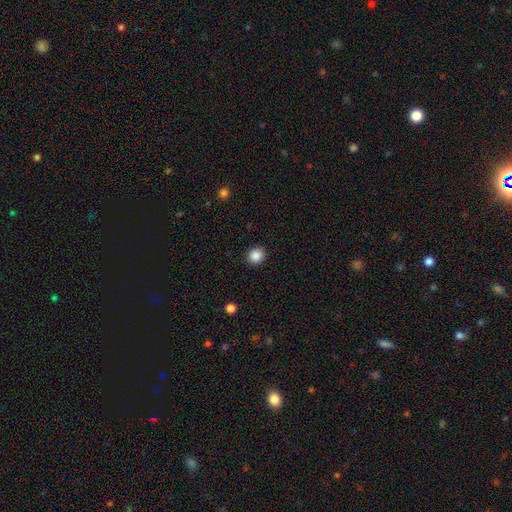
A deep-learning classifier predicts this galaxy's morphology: Smooth or featured?
  - smooth: 87% *
  - star or artifact: 10%
  - featured or disk: 3%
How rounded?
  - round: 84% *
  - in between: 15%
  - cigar-shaped: 1%
Merging?
  - none: 91% *
  - minor disturbance: 6%
  - major disturbance: 2%
  - merger: 1%